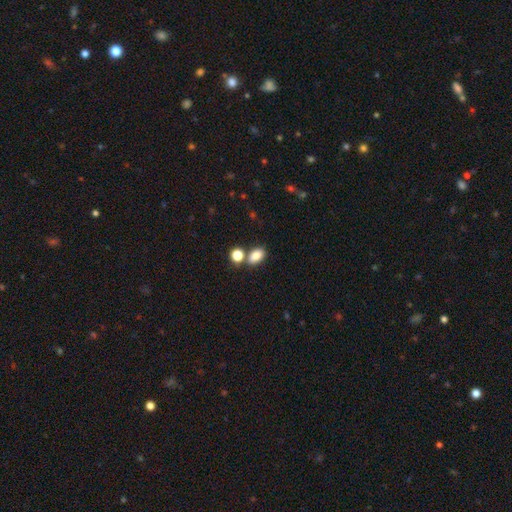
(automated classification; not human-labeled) A smooth galaxy with no disk features (83%) that is in between round and cigar-shaped (80%). Merging: none (64%).